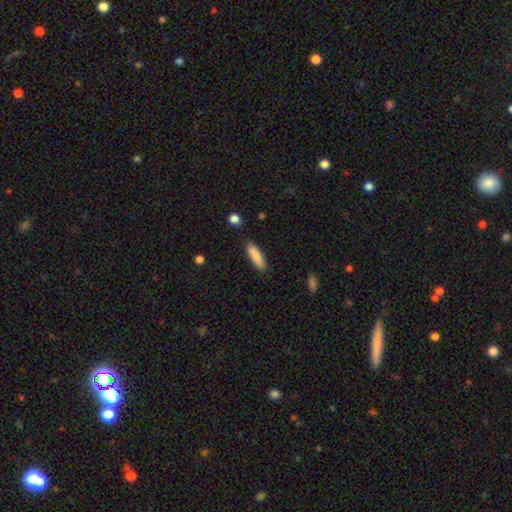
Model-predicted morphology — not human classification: smooth-or-featured: smooth: 85% | featured or disk: 9% | star or artifact: 6%
  how-rounded: cigar-shaped: 58% | in between: 41% | round: 2%
  merging: none: 85% | minor disturbance: 11% | major disturbance: 2% | merger: 2%